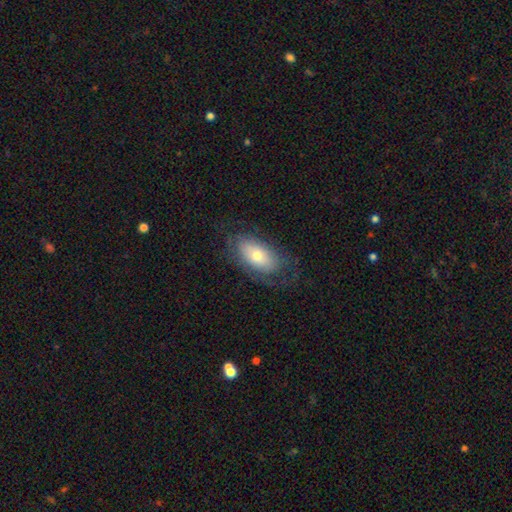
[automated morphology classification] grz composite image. It shows a smooth galaxy with no disk features (51%) that is in between round and cigar-shaped (89%). Merging: none (68%).